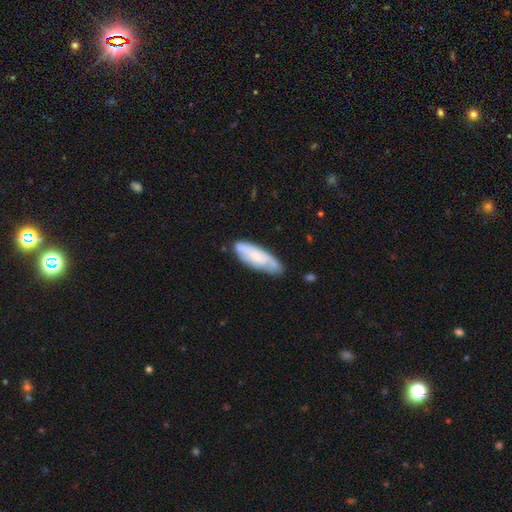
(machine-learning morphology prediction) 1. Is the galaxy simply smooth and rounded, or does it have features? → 54% smooth, 40% featured or disk, 6% star or artifact.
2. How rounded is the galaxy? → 59% in between, 39% cigar-shaped, 2% round.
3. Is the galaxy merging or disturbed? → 67% none, 24% minor disturbance, 5% major disturbance, 3% merger.